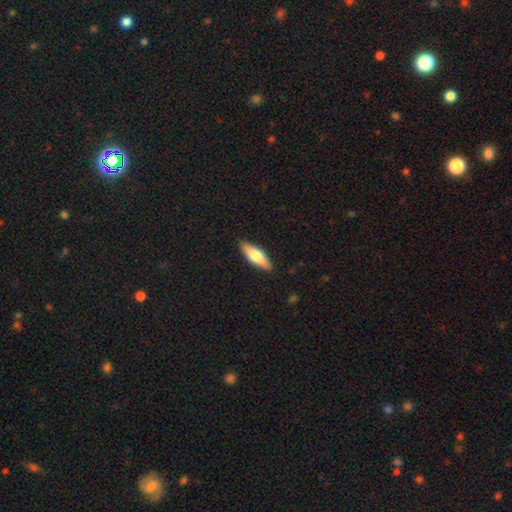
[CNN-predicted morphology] smooth_or_featured: smooth (p=0.60) [alt: featured or disk p=0.34]
how_rounded: in between (p=0.53) [alt: cigar-shaped p=0.45]
merging: none (p=0.88) [alt: minor disturbance p=0.09]